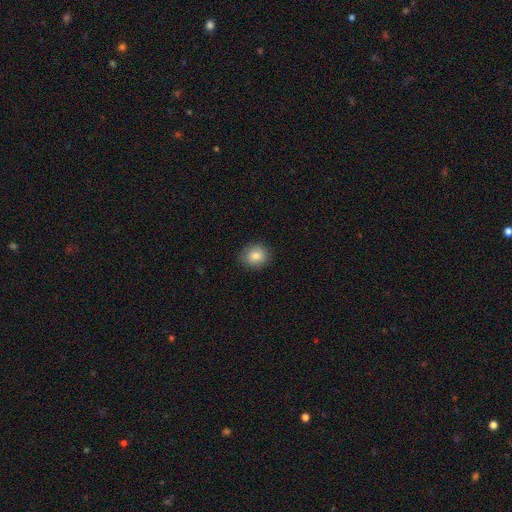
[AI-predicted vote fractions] smooth 83%, star or artifact 9%, featured or disk 8%. Down the decision tree: how rounded — round (71%); merging — none (84%).